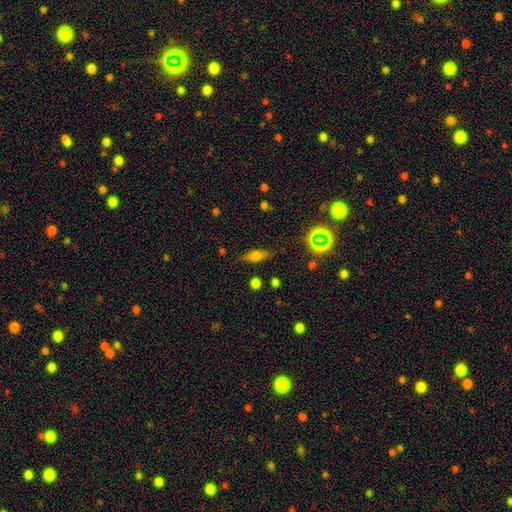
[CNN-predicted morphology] Overall: smooth (55%; featured or disk 32%). How rounded: in between (53%; cigar-shaped 40%). Merging: none (81%).